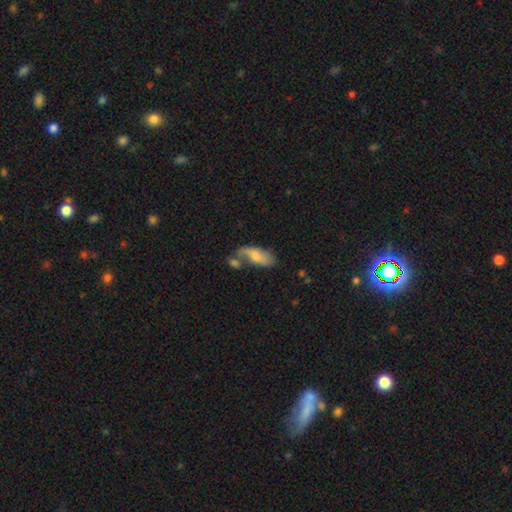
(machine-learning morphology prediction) This appears to be a smooth galaxy with no disk features (65%) that is in between round and cigar-shaped (81%). Merging: none (38%).